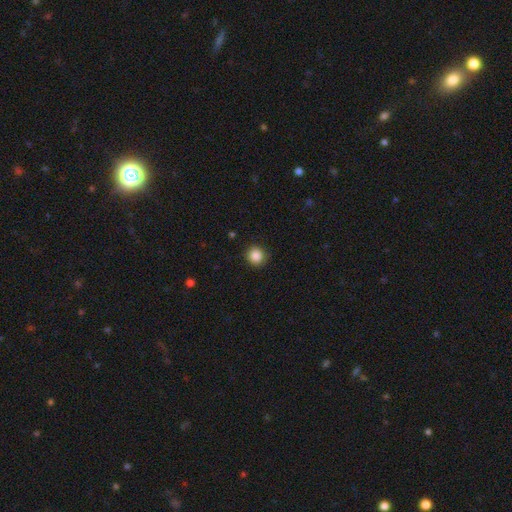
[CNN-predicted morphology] This is clearly a smooth galaxy (87%). How rounded: clearly round (90%). Merging: clearly none (89%).